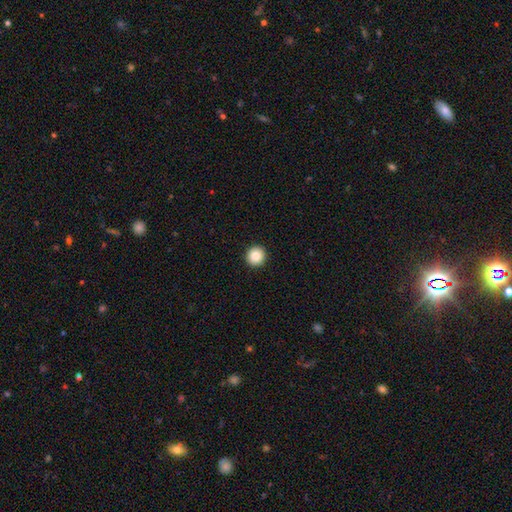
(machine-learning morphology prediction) A smooth galaxy with no disk features (87%) that is round (94%).

Vote fractions:
- Smooth or featured? smooth: 87% / star or artifact: 9% / featured or disk: 4%
- How rounded? round: 94% / in between: 5% / cigar-shaped: 1%
- Merging? none: 94% / minor disturbance: 4% / major disturbance: 1% / merger: 1%